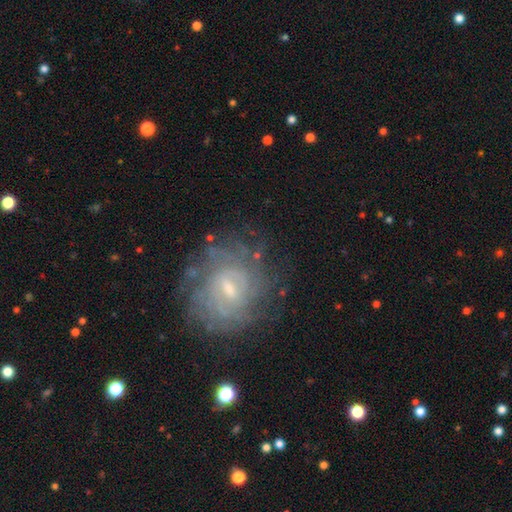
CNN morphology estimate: Overall: featured or disk (51%; smooth 25%). Edge-on disk: no (95%). Merging: none (81%).